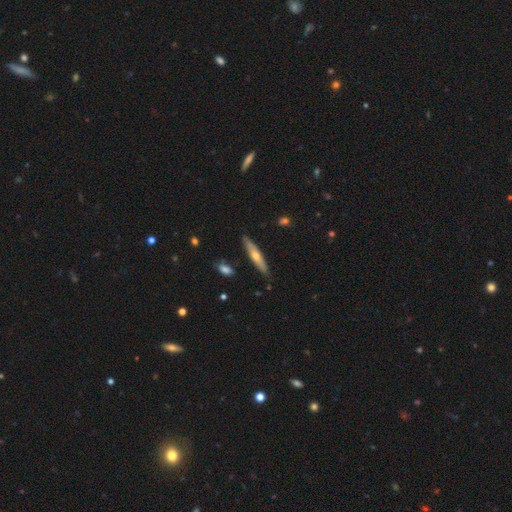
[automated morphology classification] A smooth galaxy with no disk features (48%).

Vote fractions:
- Smooth or featured? smooth: 48% / featured or disk: 46% / star or artifact: 6%
- Merging? none: 85% / minor disturbance: 11% / merger: 2% / major disturbance: 2%